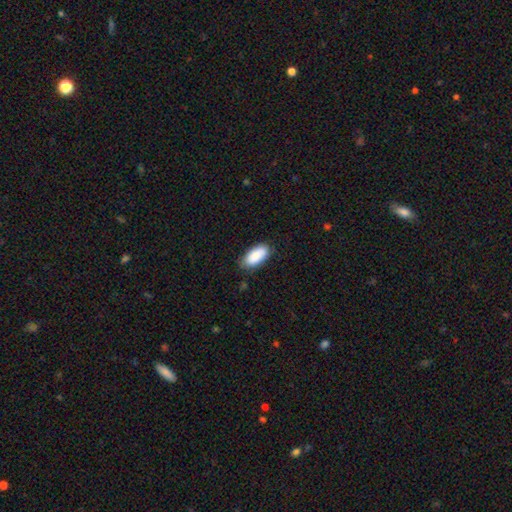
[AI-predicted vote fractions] Smooth or featured? smooth (88%)
How rounded? in between (92%)
Merging? none (79%)